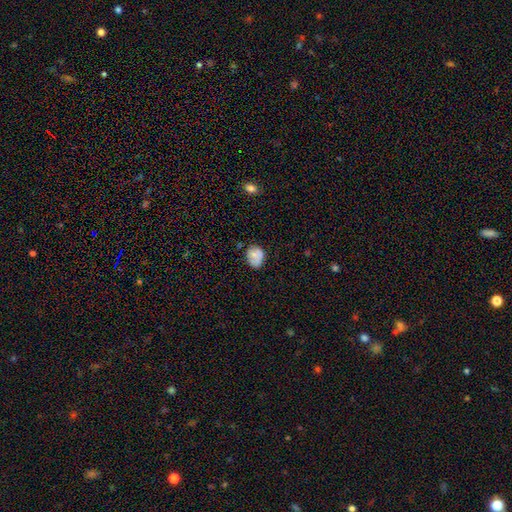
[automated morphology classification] smooth 75%, featured or disk 15%, star or artifact 10%. Down the decision tree: how rounded — in between (50%); merging — none (62%).